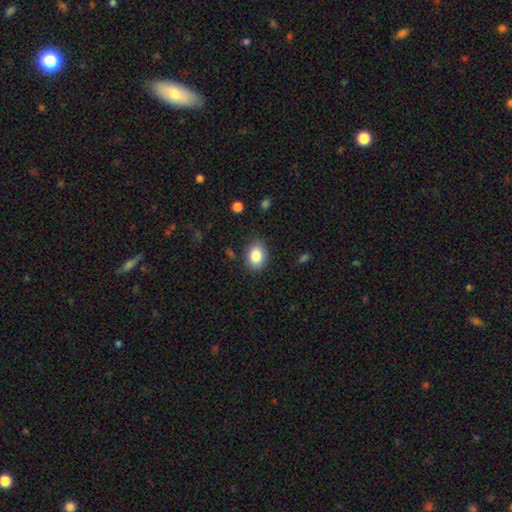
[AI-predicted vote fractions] smooth_or_featured: smooth (p=0.84) [alt: star or artifact p=0.08]
how_rounded: in between (p=0.68) [alt: round p=0.31]
merging: none (p=0.84) [alt: minor disturbance p=0.11]